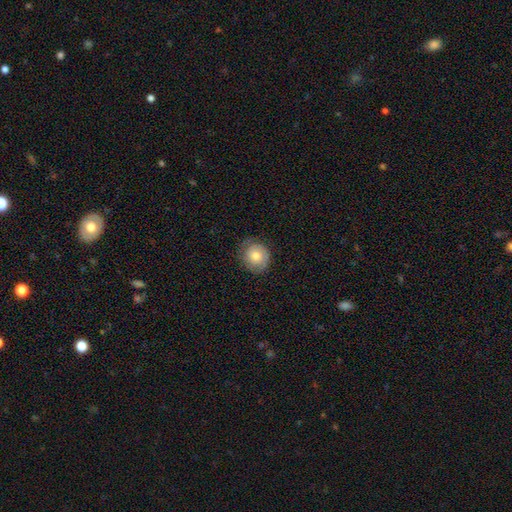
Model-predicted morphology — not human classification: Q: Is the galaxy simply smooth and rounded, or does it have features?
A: smooth — 70%.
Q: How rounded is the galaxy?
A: round — 83%.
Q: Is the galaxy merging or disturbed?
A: none — 73%.